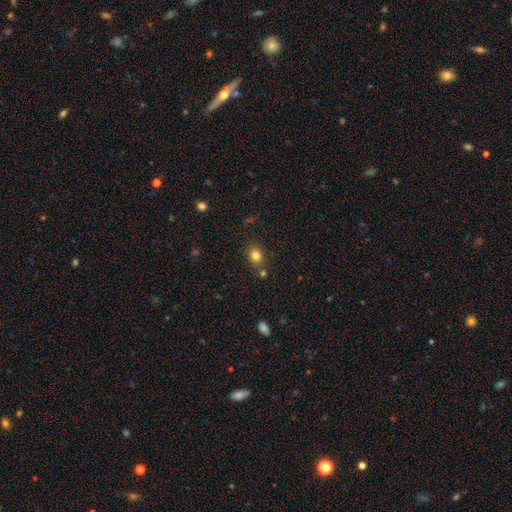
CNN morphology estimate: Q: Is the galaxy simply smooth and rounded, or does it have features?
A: smooth — 81%.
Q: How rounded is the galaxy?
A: round — 53%.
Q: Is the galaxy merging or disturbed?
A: none — 78%.